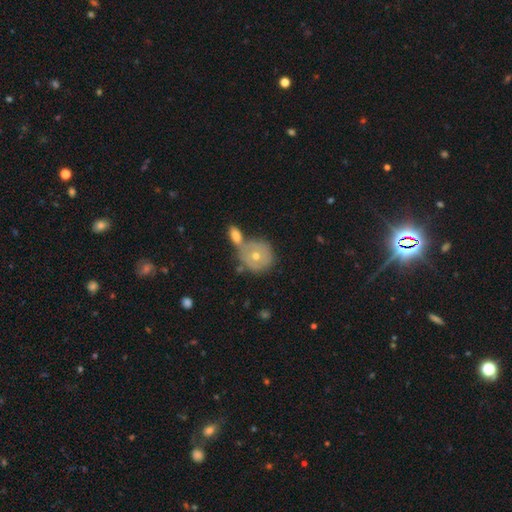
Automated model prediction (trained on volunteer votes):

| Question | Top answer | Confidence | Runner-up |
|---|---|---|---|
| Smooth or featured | featured or disk | 47% | smooth (41%) |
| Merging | none | 53% | merger (31%) |